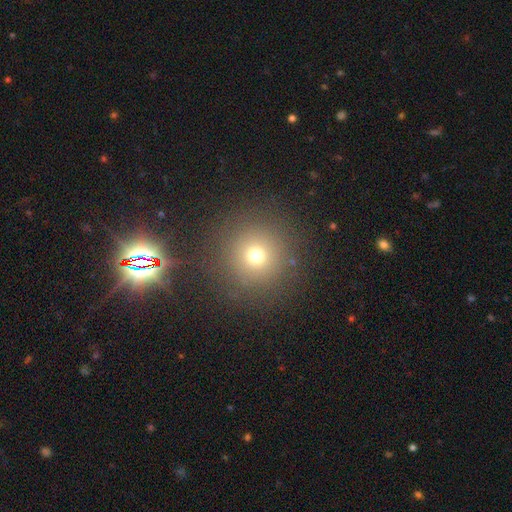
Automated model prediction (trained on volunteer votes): Smooth or featured? Predicted: smooth (p=0.70). How rounded? Predicted: round (p=0.95). Merging? Predicted: none (p=0.85).